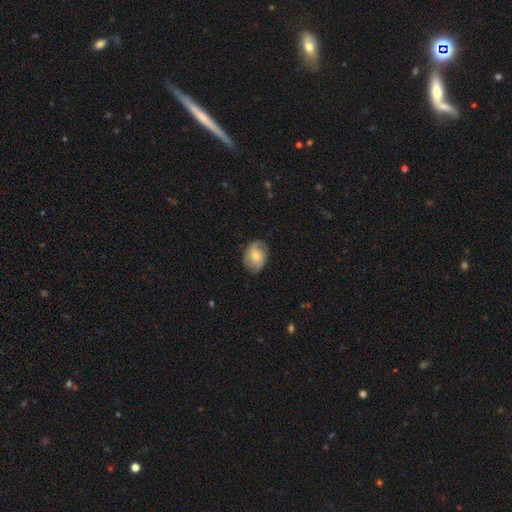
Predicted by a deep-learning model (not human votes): smooth-or-featured: featured or disk: 46% (tied) | smooth: 46% (tied) | star or artifact: 8%
  merging: none: 73% | minor disturbance: 20% | major disturbance: 6% | merger: 1%